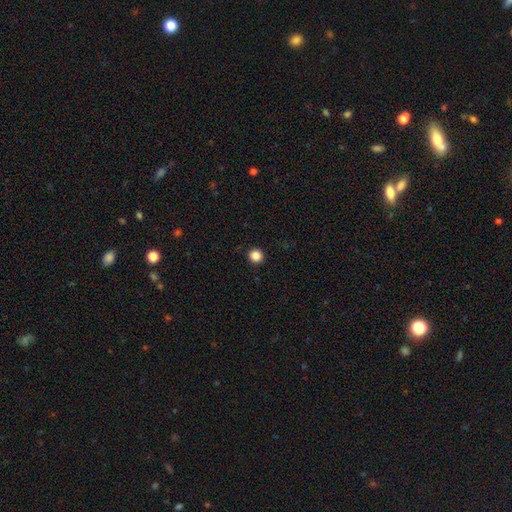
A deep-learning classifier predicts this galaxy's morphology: Overall: smooth (86%). How rounded: round (94%). Merging: none (93%).